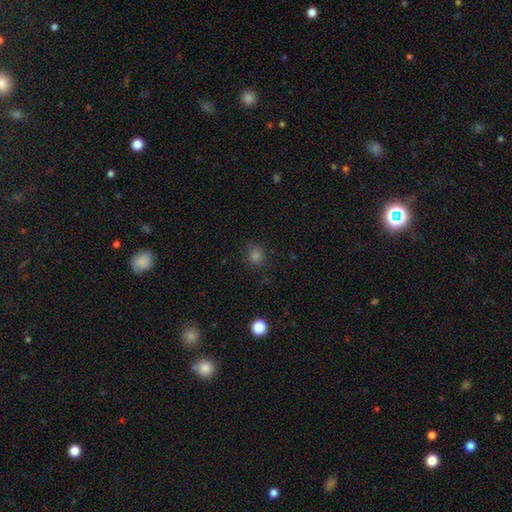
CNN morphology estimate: type=smooth (71%); roundness=round (87%); merging=none (85%).